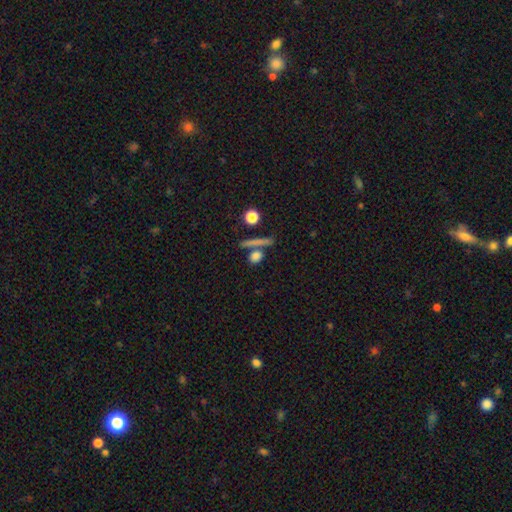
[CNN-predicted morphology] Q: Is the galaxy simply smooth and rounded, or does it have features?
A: smooth — 77%.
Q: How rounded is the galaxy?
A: round — 46%.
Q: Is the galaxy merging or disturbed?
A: none — 66%.